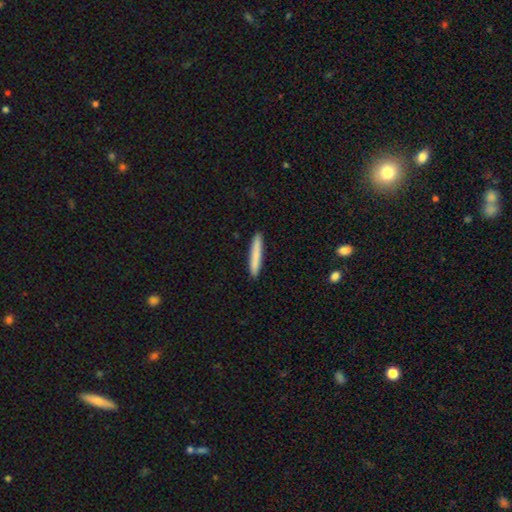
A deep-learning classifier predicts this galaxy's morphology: Smooth or featured?
  - smooth: 81% *
  - featured or disk: 13%
  - star or artifact: 6%
How rounded?
  - cigar-shaped: 95% *
  - in between: 4%
  - round: 1%
Merging?
  - none: 92% *
  - minor disturbance: 6%
  - major disturbance: 1%
  - merger: 1%